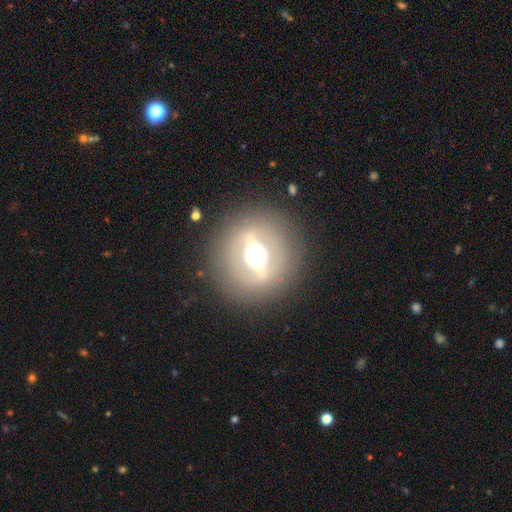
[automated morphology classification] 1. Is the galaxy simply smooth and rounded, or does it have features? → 77% featured or disk, 15% smooth, 8% star or artifact.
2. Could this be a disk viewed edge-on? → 54% no, 46% yes.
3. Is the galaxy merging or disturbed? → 86% none, 8% minor disturbance, 5% major disturbance, 1% merger.